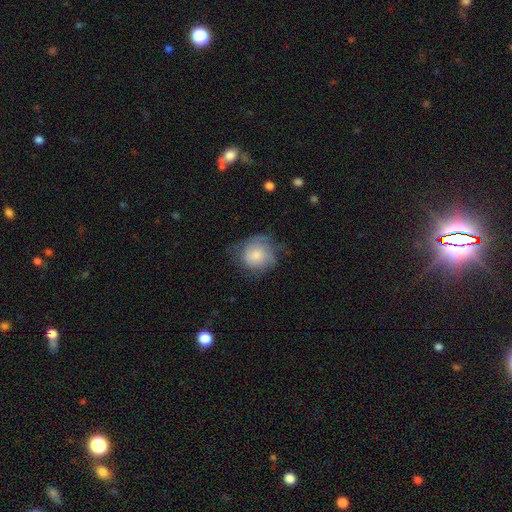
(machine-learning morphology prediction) smooth 64%, featured or disk 28%, star or artifact 8%. Down the decision tree: how rounded — round (84%); merging — none (51%).